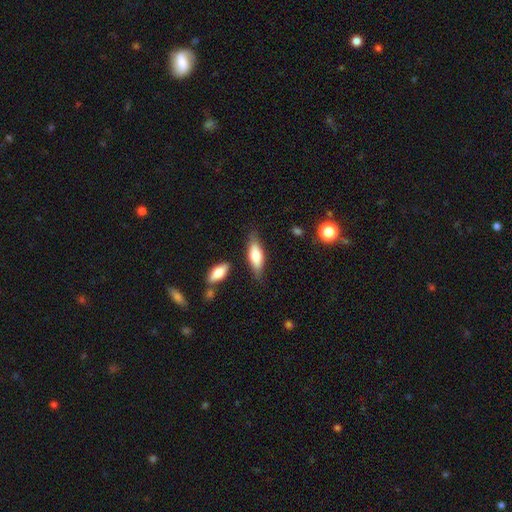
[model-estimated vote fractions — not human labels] smooth_or_featured: smooth (p=0.66) [alt: featured or disk p=0.28]
how_rounded: in between (p=0.65) [alt: cigar-shaped p=0.32]
merging: none (p=0.73) [alt: minor disturbance p=0.18]